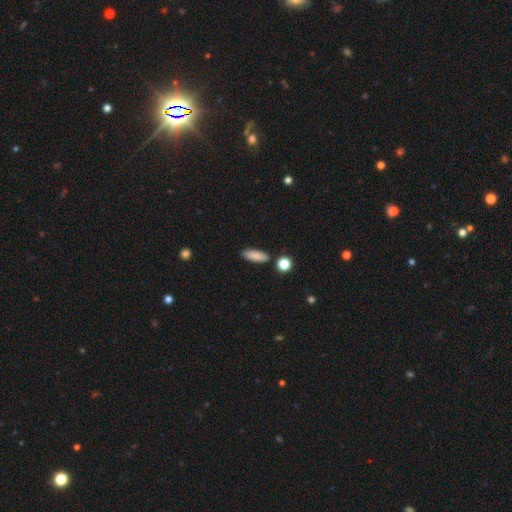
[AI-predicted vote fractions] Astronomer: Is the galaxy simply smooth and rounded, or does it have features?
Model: smooth — 87%.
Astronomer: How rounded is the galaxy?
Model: in between — 57% (runner-up: cigar-shaped, 39%).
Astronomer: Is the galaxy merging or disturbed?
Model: none — 85%.